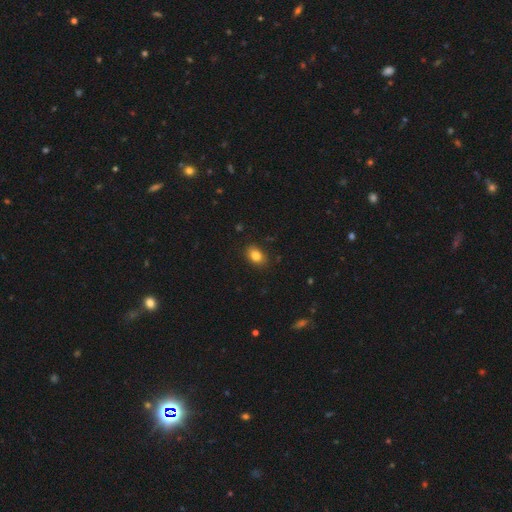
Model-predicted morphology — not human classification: Smooth or featured? smooth (83%)
How rounded? in between (78%)
Merging? none (86%)